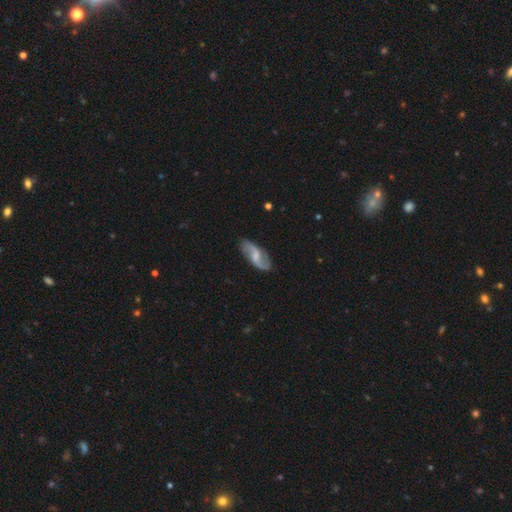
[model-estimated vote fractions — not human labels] Smooth or featured? Predicted: featured or disk (p=0.78). Edge-on disk? Predicted: no (p=0.95). Bar? Predicted: weak (p=0.56). Spiral arms? Predicted: yes (p=0.94). Spiral winding? Predicted: loose (p=0.65). Spiral arm count? Predicted: 2 (p=0.91). Bulge size? Predicted: small (p=0.38). Merging? Predicted: none (p=0.81).